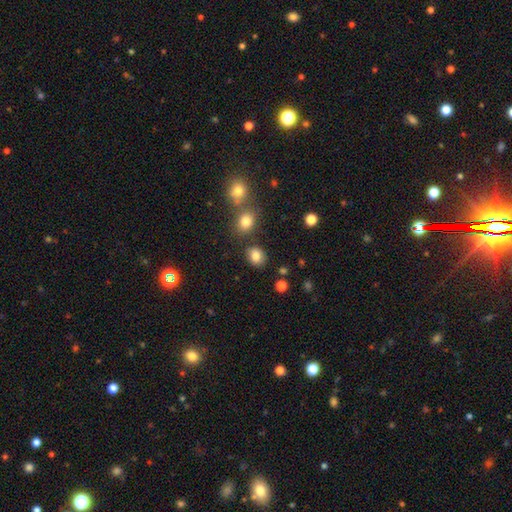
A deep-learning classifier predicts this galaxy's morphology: Smooth or featured: smooth — 83% (star or artifact — 11%)
How rounded: round — 52% (in between — 46%)
Merging: none — 80% (minor disturbance — 11%)